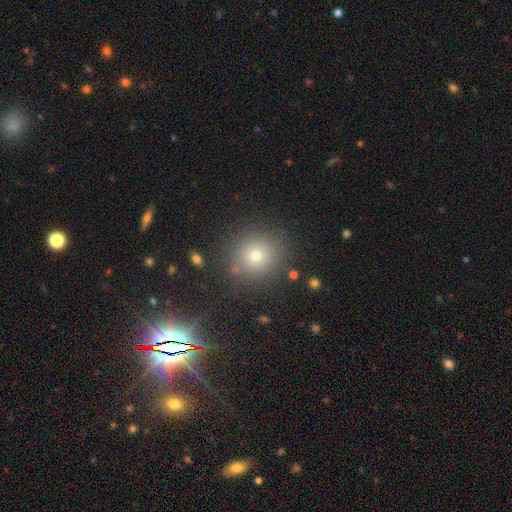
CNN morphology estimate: A smooth galaxy with no disk features (69%) that is round (90%). Merging: none (85%).